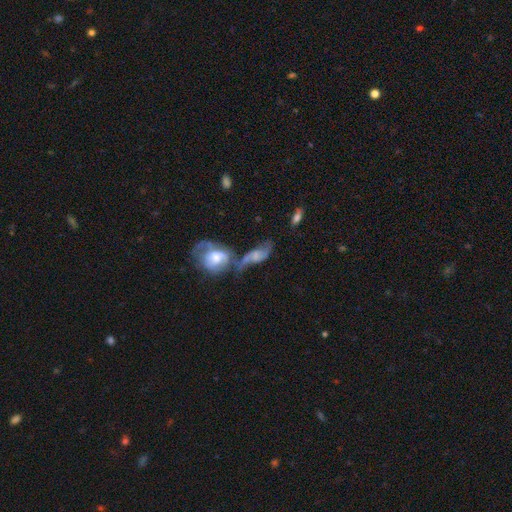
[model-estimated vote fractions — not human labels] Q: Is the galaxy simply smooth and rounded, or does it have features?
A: featured or disk — 60%.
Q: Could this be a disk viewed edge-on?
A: no — 91%.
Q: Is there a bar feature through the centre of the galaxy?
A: no — 54%.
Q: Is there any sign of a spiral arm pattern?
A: yes — 81%.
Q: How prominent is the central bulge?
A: small — 32%.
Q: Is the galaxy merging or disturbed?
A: merger — 50%.